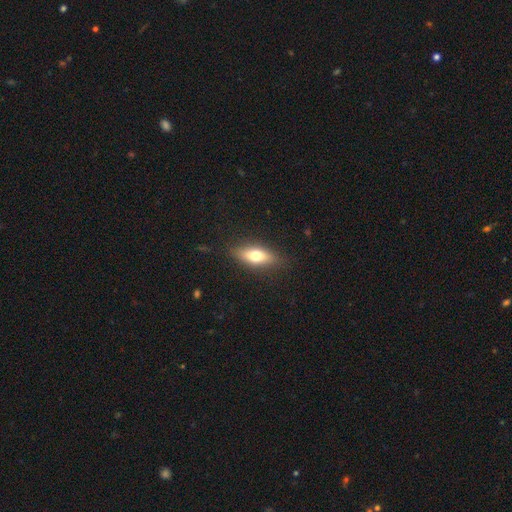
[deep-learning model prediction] This is likely a smooth galaxy (65%). How rounded: likely in between (68%). Merging: clearly none (85%).